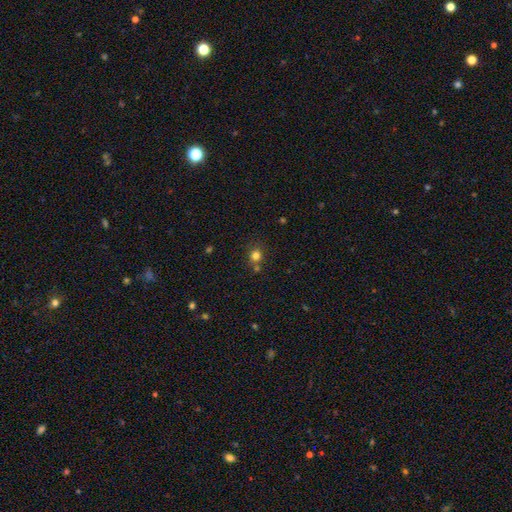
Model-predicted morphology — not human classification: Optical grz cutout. It shows a smooth galaxy with no disk features (77%) that is round (84%). Merging: none (68%).